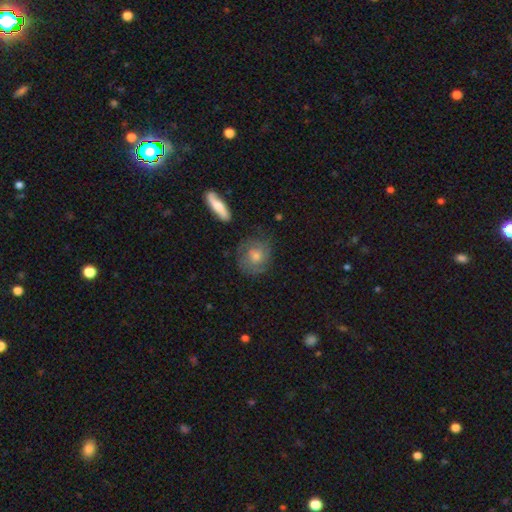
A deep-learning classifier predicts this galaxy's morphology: Smooth or featured: featured or disk — 55% (smooth — 36%)
Edge-on disk: no — 93% (yes — 7%)
Bar: no — 77% (weak — 20%)
Spiral arms: yes — 80% (no — 20%)
Bulge size: moderate — 58% (small — 31%)
Merging: none — 72% (minor disturbance — 19%)